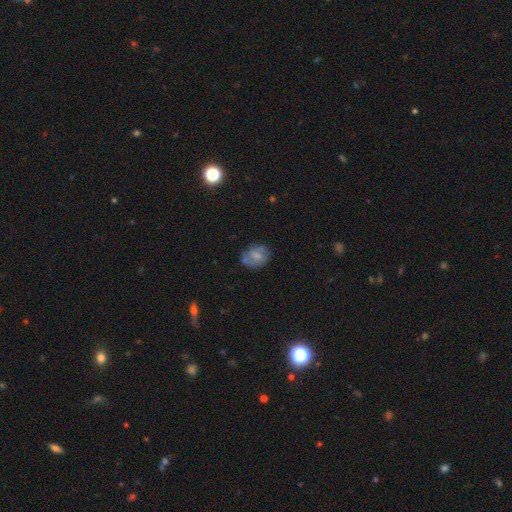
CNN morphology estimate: smooth-or-featured: smooth: 50% | featured or disk: 41% | star or artifact: 9%
  merging: none: 62% | minor disturbance: 24% | major disturbance: 9% | merger: 5%